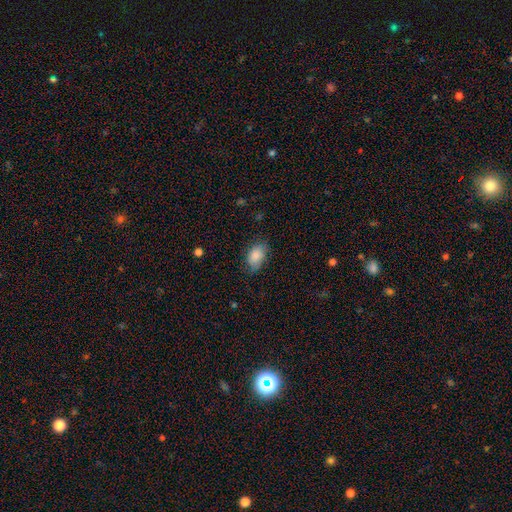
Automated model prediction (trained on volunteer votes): Overall: smooth (86%). How rounded: in between (89%). Merging: none (70%).